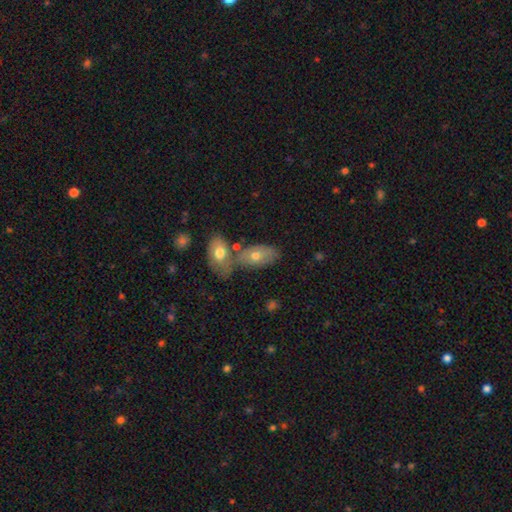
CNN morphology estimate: smooth_or_featured: smooth (p=0.65) [alt: featured or disk p=0.27]
how_rounded: in between (p=0.91) [alt: round p=0.05]
merging: none (p=0.43) [alt: merger p=0.40]